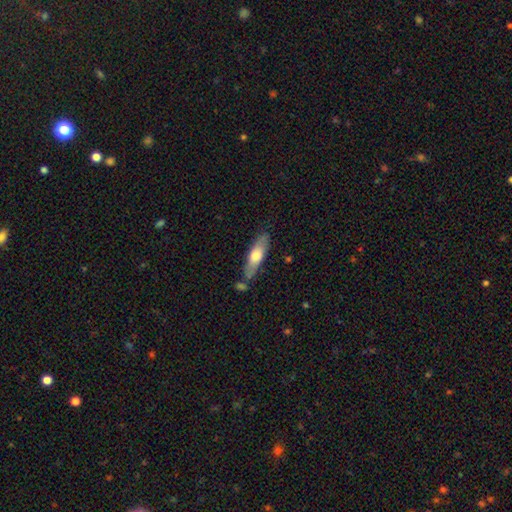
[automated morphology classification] Smooth or featured?
  - smooth: 59% *
  - featured or disk: 35%
  - star or artifact: 5%
How rounded?
  - cigar-shaped: 59% *
  - in between: 39%
  - round: 2%
Merging?
  - none: 73% *
  - minor disturbance: 15%
  - merger: 8%
  - major disturbance: 3%